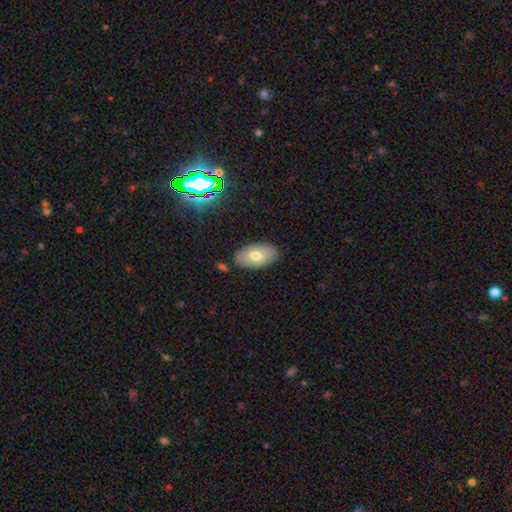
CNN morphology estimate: smooth-or-featured: smooth: 66% | featured or disk: 26% | star or artifact: 8%
  how-rounded: in between: 94% | round: 4% | cigar-shaped: 2%
  merging: none: 84% | minor disturbance: 11% | major disturbance: 2% | merger: 2%